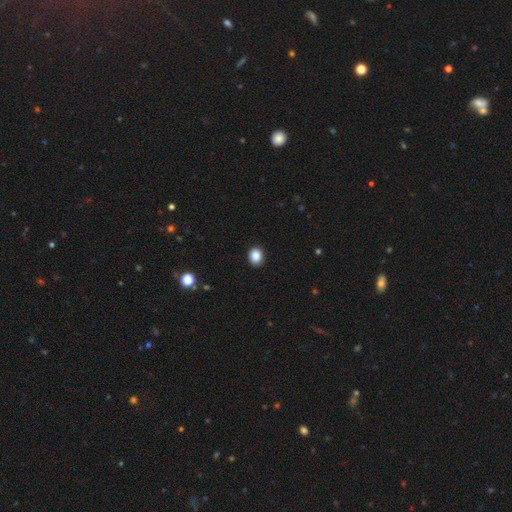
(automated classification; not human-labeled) A smooth galaxy with no disk features (87%) that is round (60%).

Vote fractions:
- Smooth or featured? smooth: 87% / star or artifact: 10% / featured or disk: 3%
- How rounded? round: 60% / in between: 39% / cigar-shaped: 1%
- Merging? none: 90% / minor disturbance: 7% / major disturbance: 2% / merger: 1%